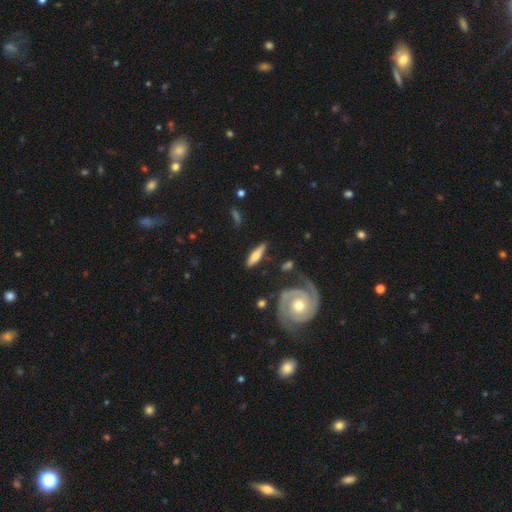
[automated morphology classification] Smooth or featured? smooth (52%)
How rounded? cigar-shaped (69%)
Merging? none (80%)